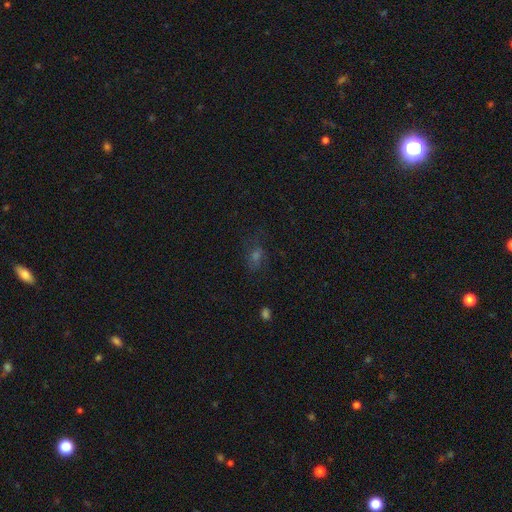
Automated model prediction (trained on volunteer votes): smooth-or-featured: smooth: 45% | star or artifact: 36% | featured or disk: 20%
  merging: none: 68% | minor disturbance: 19% | major disturbance: 11% | merger: 2%